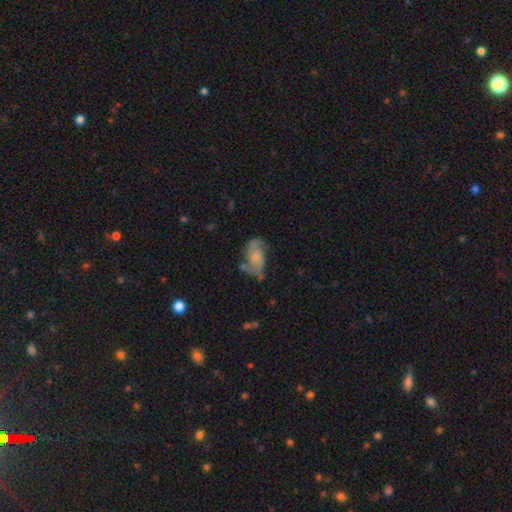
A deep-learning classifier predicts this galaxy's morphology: Smooth or featured? Predicted: featured or disk (p=0.70). Edge-on disk? Predicted: no (p=0.96). Bar? Predicted: no (p=0.62). Spiral arms? Predicted: yes (p=0.91). Spiral winding? Predicted: medium (p=0.46). Spiral arm count? Predicted: 2 (p=0.83). Bulge size? Predicted: small (p=0.31). Merging? Predicted: none (p=0.66).